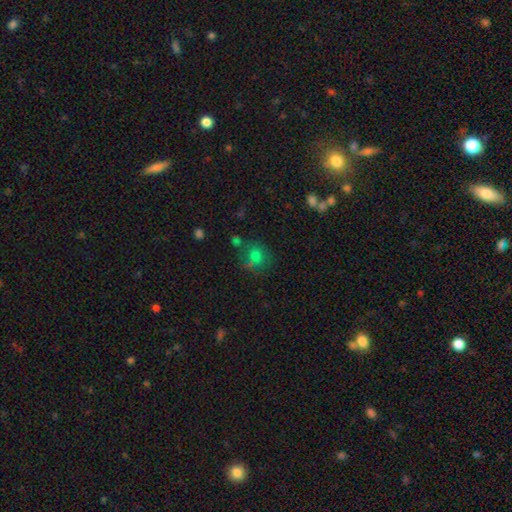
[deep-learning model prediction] Q: Smooth or featured?
A: smooth (69%); runner-up: star or artifact (19%)
Q: How rounded?
A: round (74%); runner-up: in between (24%)
Q: Merging?
A: none (50%); runner-up: merger (19%)